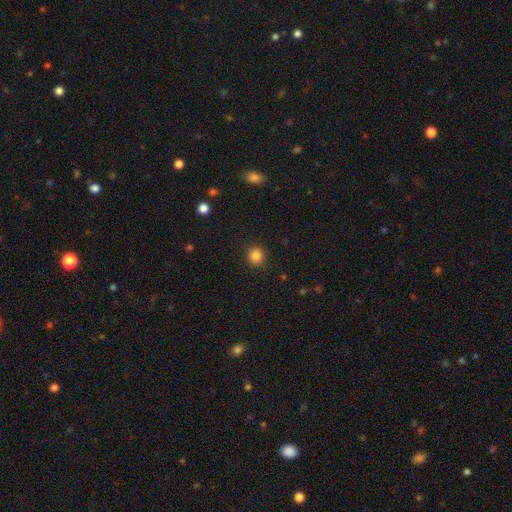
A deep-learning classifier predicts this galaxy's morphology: This appears to be a smooth galaxy with no disk features (85%) that is round (85%). Merging: none (89%).